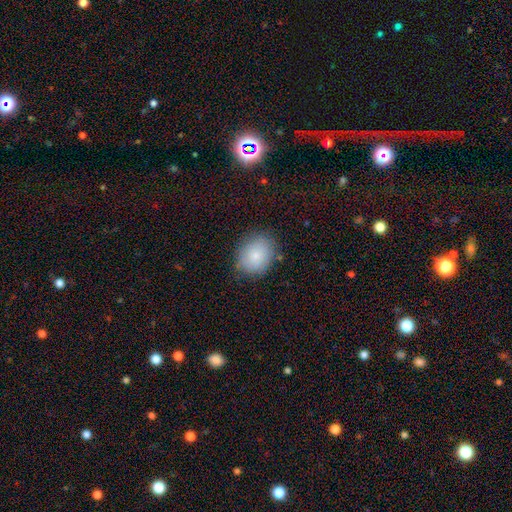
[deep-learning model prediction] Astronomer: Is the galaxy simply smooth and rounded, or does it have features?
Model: smooth — 80%.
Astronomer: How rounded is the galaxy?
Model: round — 56% (runner-up: in between, 43%).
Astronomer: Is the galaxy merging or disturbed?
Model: none — 80%.